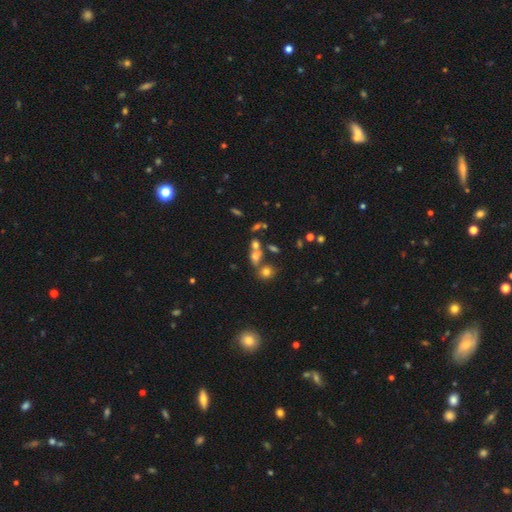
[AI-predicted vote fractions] Smooth or featured: smooth — 59% (star or artifact — 23%)
How rounded: round — 51% (in between — 45%)
Merging: merger — 44% (none — 39%)